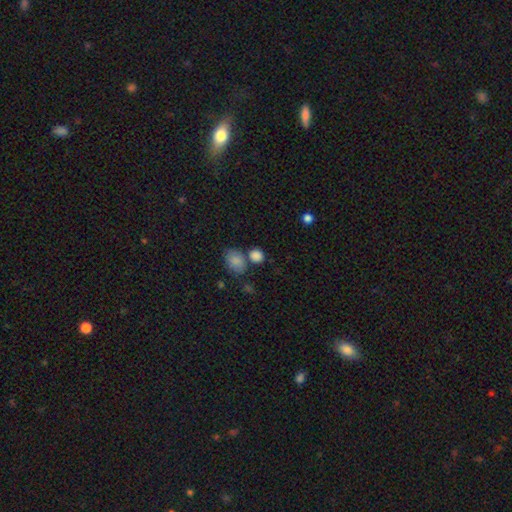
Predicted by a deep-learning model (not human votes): Q: Smooth or featured?
A: smooth (85%); runner-up: star or artifact (11%)
Q: How rounded?
A: round (68%); runner-up: in between (31%)
Q: Merging?
A: none (60%); runner-up: merger (24%)